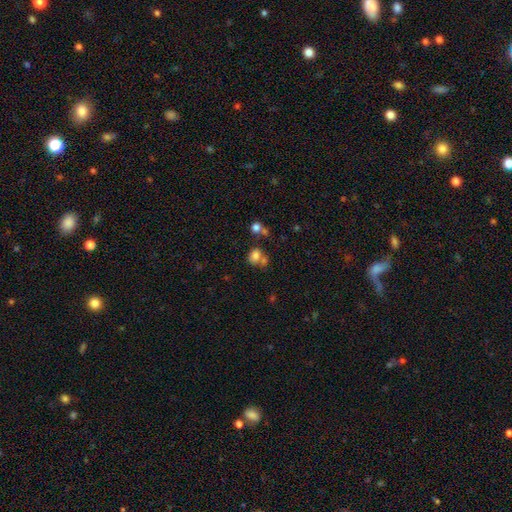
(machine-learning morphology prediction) Smooth or featured?
  - smooth: 76% *
  - star or artifact: 13%
  - featured or disk: 11%
How rounded?
  - in between: 51% *
  - round: 48%
  - cigar-shaped: 1%
Merging?
  - none: 46% *
  - merger: 34%
  - minor disturbance: 14%
  - major disturbance: 7%